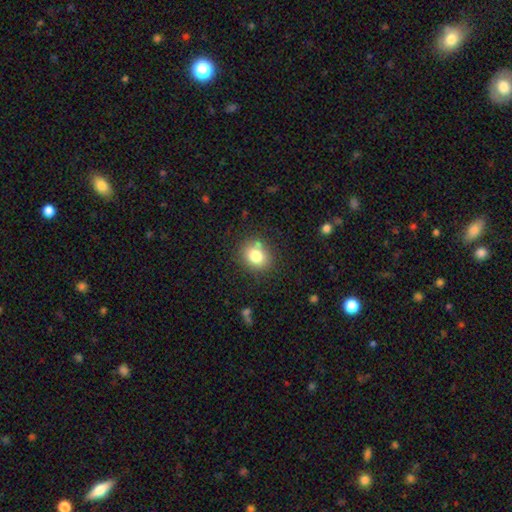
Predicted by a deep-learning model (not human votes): Smooth or featured? Predicted: smooth (p=0.79). How rounded? Predicted: round (p=0.63). Merging? Predicted: none (p=0.77).